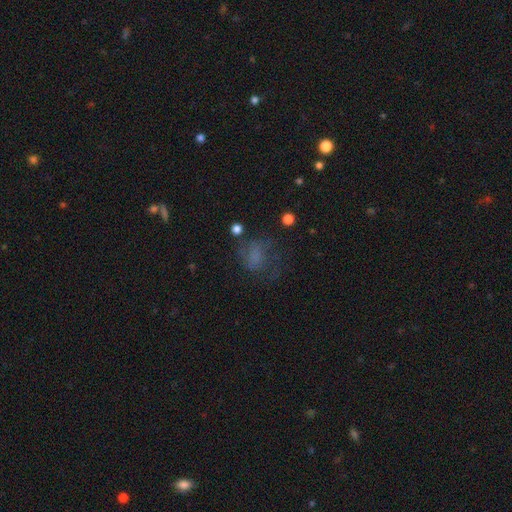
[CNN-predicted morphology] A smooth galaxy with no disk features (55%) that is round (50%).

Vote fractions:
- Smooth or featured? smooth: 55% / featured or disk: 25% / star or artifact: 20%
- How rounded? round: 50% / in between: 48% / cigar-shaped: 2%
- Merging? none: 44% / major disturbance: 31% / minor disturbance: 22% / merger: 4%